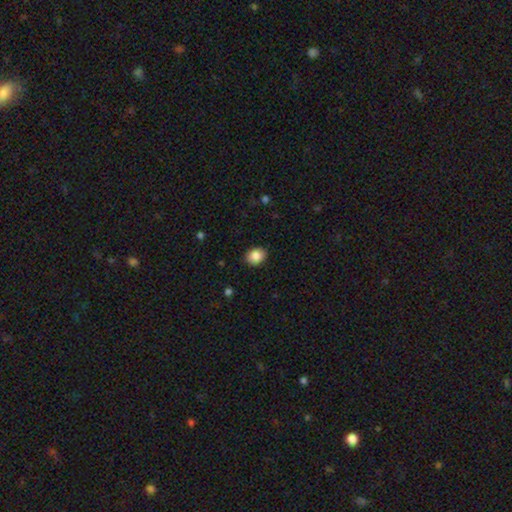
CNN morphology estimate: This appears to be a smooth galaxy with no disk features (87%) that is round (50%). Merging: none (88%).